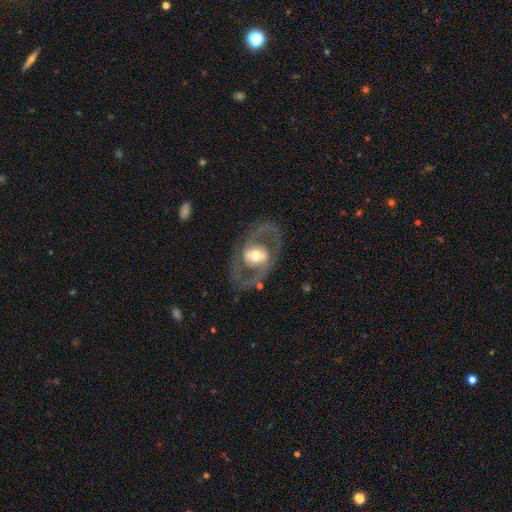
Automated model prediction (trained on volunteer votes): The model was most divided on "bar": weak: 39%, no: 31%, strong: 30%. More confident: edge-on disk — no (95%); spiral arm count — 2 (88%); smooth or featured — featured or disk (83%); merging — none (77%); spiral arms — yes (77%); bulge size — moderate (64%); spiral winding — medium (57%).